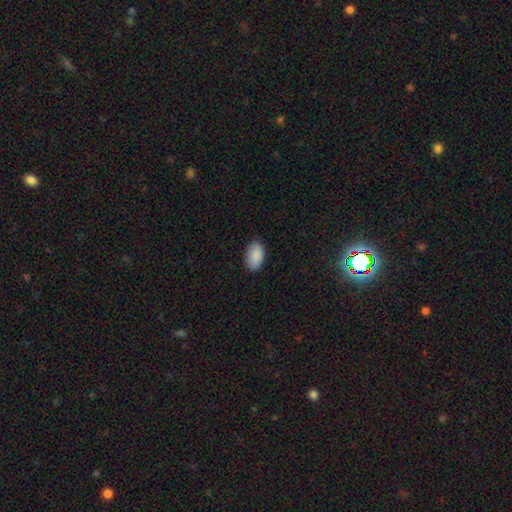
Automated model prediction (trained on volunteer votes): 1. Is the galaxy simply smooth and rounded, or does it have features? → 90% smooth, 6% star or artifact, 4% featured or disk.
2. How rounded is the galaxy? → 94% in between, 5% round, 1% cigar-shaped.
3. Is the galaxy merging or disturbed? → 84% none, 13% minor disturbance, 2% major disturbance, 1% merger.